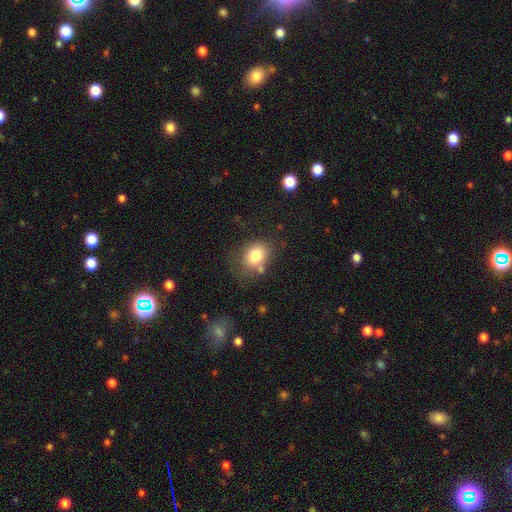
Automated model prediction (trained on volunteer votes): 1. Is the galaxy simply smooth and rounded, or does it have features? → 79% smooth, 11% featured or disk, 11% star or artifact.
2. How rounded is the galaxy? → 50% round, 49% in between, 1% cigar-shaped.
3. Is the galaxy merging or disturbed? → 67% none, 18% minor disturbance, 8% merger, 7% major disturbance.